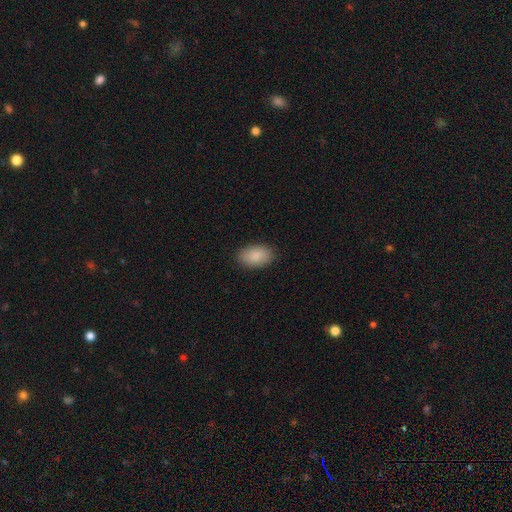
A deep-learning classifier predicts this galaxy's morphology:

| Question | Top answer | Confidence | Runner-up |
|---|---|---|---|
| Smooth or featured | smooth | 89% | star or artifact (6%) |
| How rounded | in between | 92% | round (7%) |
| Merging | none | 88% | minor disturbance (9%) |